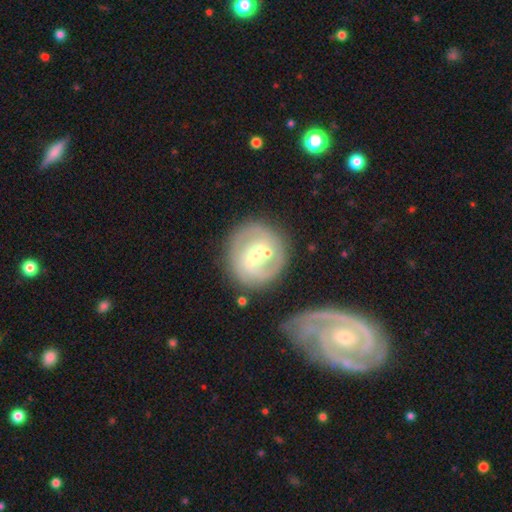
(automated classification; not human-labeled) Q: Smooth or featured?
A: featured or disk (68%); runner-up: smooth (25%)
Q: Edge-on disk?
A: no (96%); runner-up: yes (4%)
Q: Bar?
A: weak (47%); runner-up: strong (28%)
Q: Spiral arms?
A: yes (74%); runner-up: no (26%)
Q: Bulge size?
A: moderate (69%); runner-up: small (19%)
Q: Merging?
A: none (61%); runner-up: merger (17%)